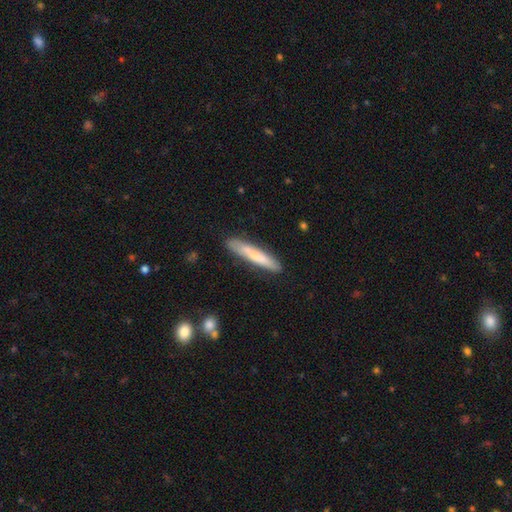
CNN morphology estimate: The model was most divided on "smooth or featured": smooth: 62%, featured or disk: 33%, star or artifact: 6%. More confident: how rounded — cigar-shaped (91%); merging — none (83%).